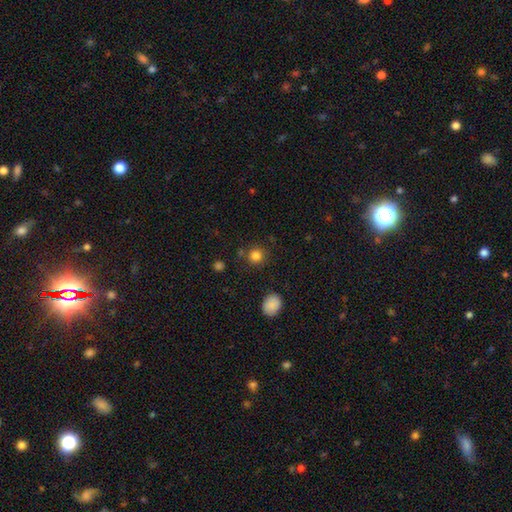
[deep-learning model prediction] This is clearly a smooth galaxy (82%). How rounded: clearly round (90%). Merging: clearly none (82%).